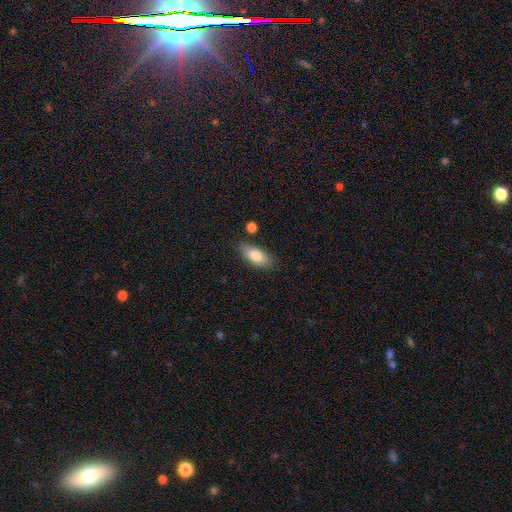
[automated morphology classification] Q: Smooth or featured?
A: smooth (83%); runner-up: featured or disk (11%)
Q: How rounded?
A: in between (84%); runner-up: cigar-shaped (13%)
Q: Merging?
A: none (77%); runner-up: minor disturbance (15%)